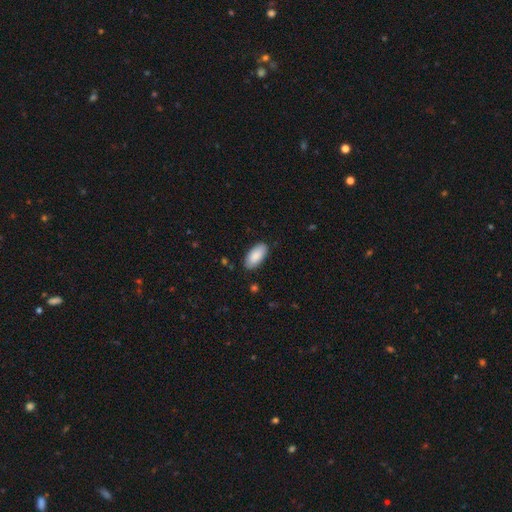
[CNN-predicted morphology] smooth-or-featured: smooth: 89% | star or artifact: 6% | featured or disk: 6%
  how-rounded: in between: 92% | cigar-shaped: 6% | round: 2%
  merging: none: 87% | minor disturbance: 10% | major disturbance: 2% | merger: 1%